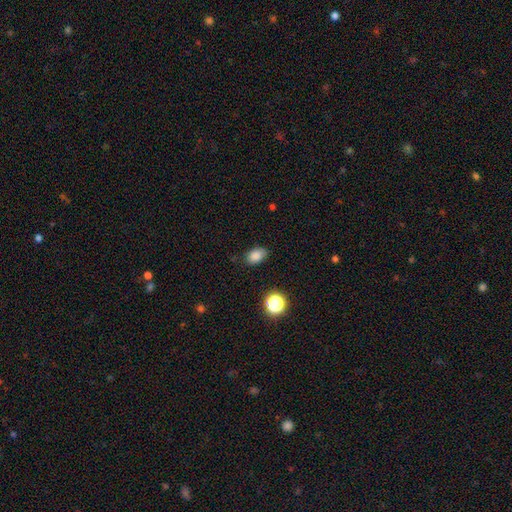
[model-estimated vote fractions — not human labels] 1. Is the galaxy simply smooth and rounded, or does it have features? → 84% smooth, 12% star or artifact, 5% featured or disk.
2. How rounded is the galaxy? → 82% in between, 16% round, 1% cigar-shaped.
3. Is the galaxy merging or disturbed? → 79% none, 17% minor disturbance, 3% major disturbance, 2% merger.